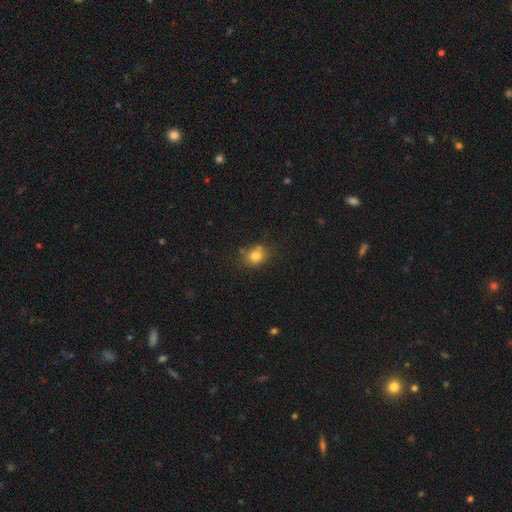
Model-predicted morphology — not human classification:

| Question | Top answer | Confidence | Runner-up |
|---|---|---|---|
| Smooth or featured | smooth | 79% | star or artifact (12%) |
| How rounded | round | 56% | in between (43%) |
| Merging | none | 68% | minor disturbance (18%) |